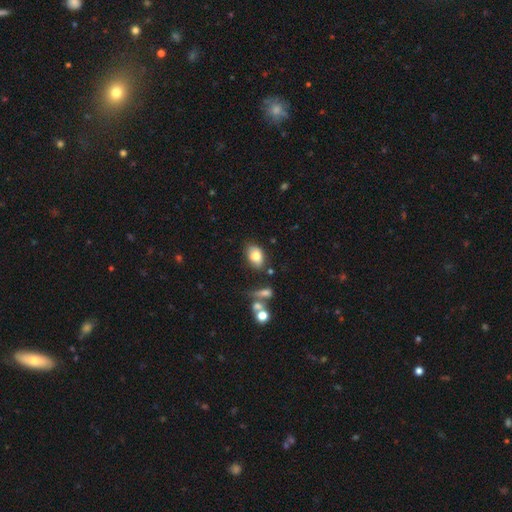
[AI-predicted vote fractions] This appears to be a smooth galaxy with no disk features (78%) that is in between round and cigar-shaped (86%). Merging: none (73%).